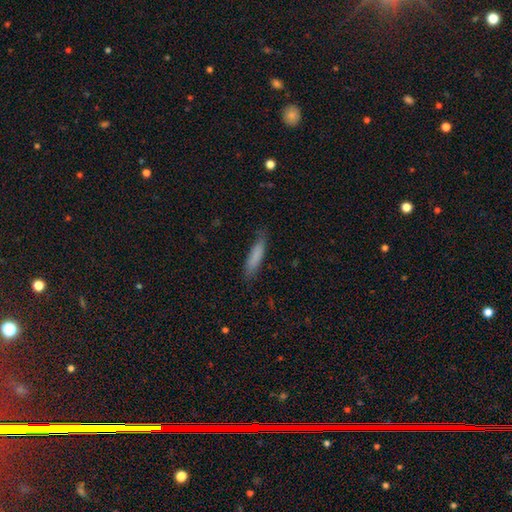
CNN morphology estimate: Smooth or featured? Predicted: smooth (p=0.82). How rounded? Predicted: cigar-shaped (p=0.79). Merging? Predicted: none (p=0.78).